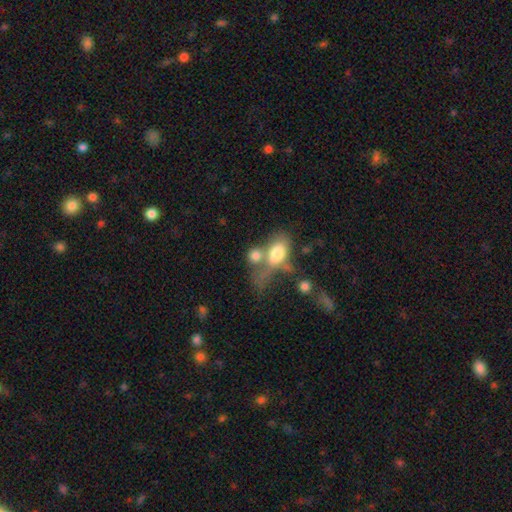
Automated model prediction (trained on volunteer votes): Q: Smooth or featured?
A: smooth (73%); runner-up: featured or disk (17%)
Q: How rounded?
A: in between (67%); runner-up: round (29%)
Q: Merging?
A: merger (57%); runner-up: none (19%)